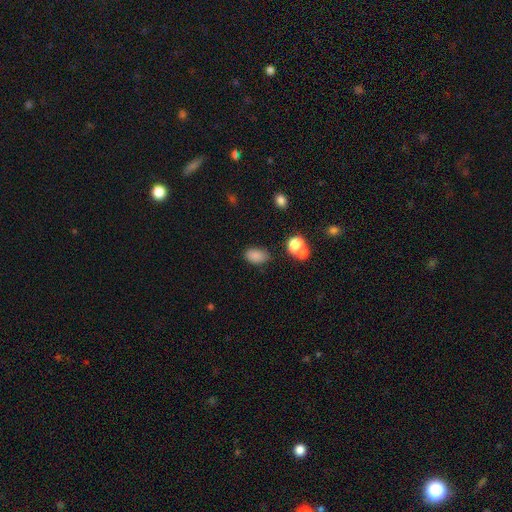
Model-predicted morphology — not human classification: type=smooth (83%); roundness=in between (88%); merging=none (77%).